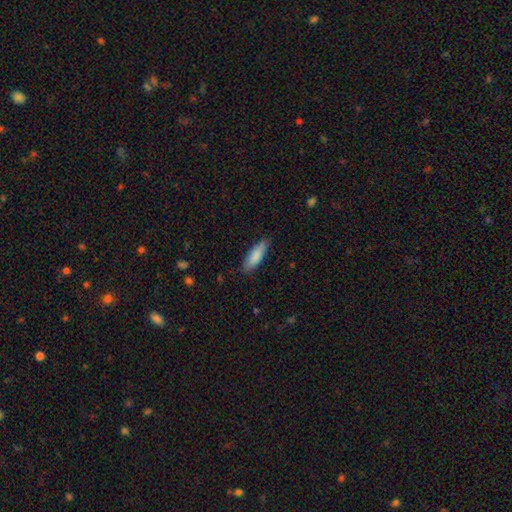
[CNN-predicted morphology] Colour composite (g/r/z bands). It shows a smooth galaxy with no disk features (86%) that is in between round and cigar-shaped (51%). Merging: none (84%).